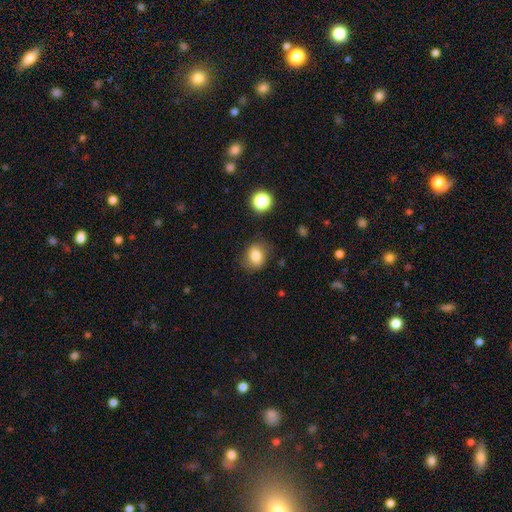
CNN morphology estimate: Smooth or featured? smooth (80%)
How rounded? in between (51%)
Merging? none (76%)